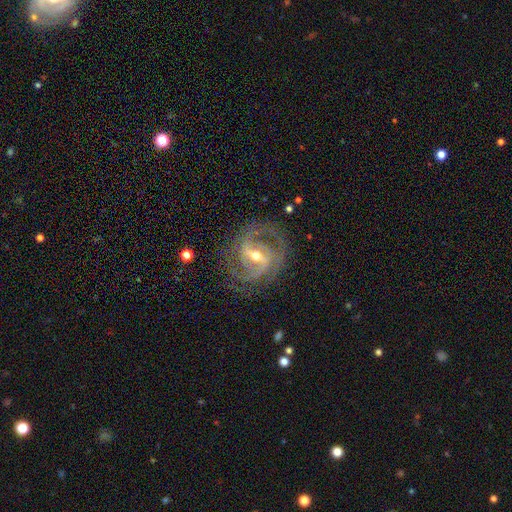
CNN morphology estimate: A featured or disk galaxy (91%) with a strong bar (57%), 2 (63%) medium (47%) spiral arms (95%) and a moderate central bulge (61%). Merging: none (74%).